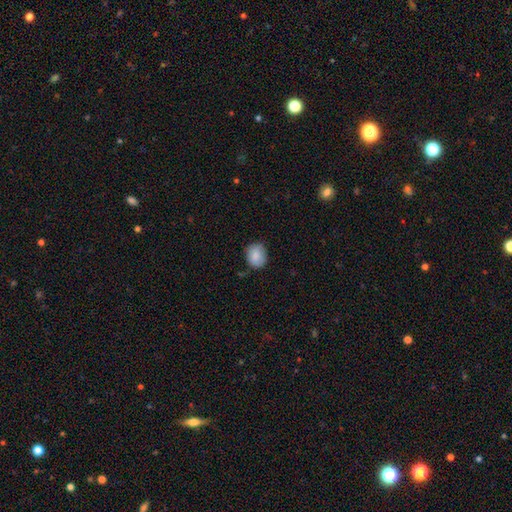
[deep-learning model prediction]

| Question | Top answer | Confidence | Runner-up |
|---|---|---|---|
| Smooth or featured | smooth | 86% | star or artifact (7%) |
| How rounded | round | 60% | in between (39%) |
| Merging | none | 76% | minor disturbance (19%) |